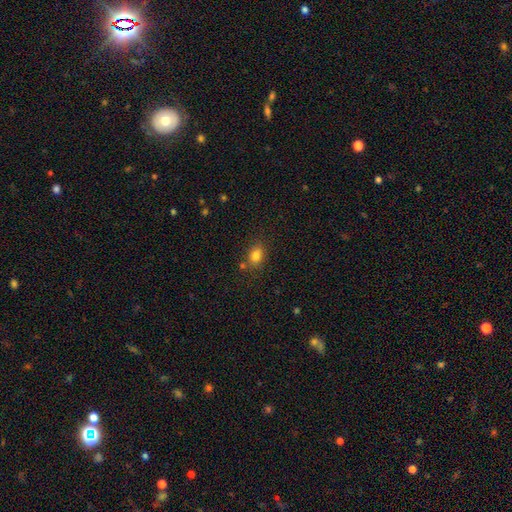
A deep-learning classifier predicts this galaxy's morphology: Smooth or featured? smooth (81%)
How rounded? in between (69%)
Merging? none (76%)